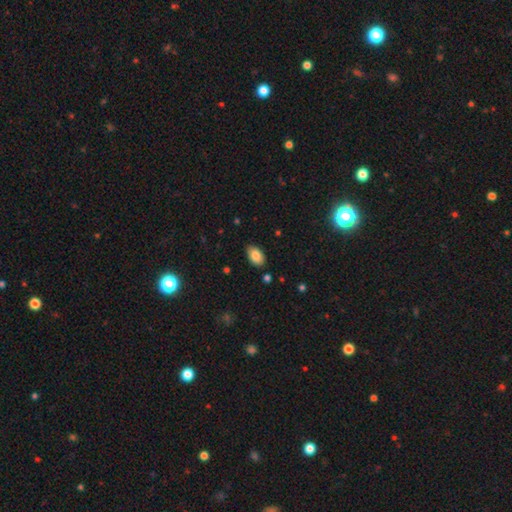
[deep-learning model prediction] The model was most divided on "merging": none: 85%, minor disturbance: 11%, major disturbance: 2%, merger: 2%. More confident: how rounded — in between (92%); smooth or featured — smooth (86%).